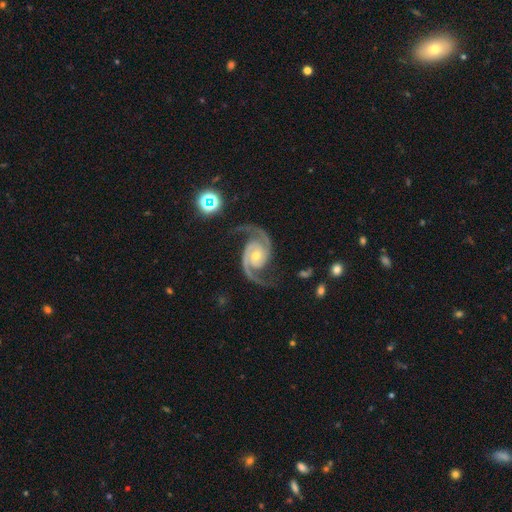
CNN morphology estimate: A featured or disk galaxy (94%) with no bar (63%), 2 (94%) medium (61%) spiral arms (99%) and a moderate central bulge (50%). Merging: none (78%).